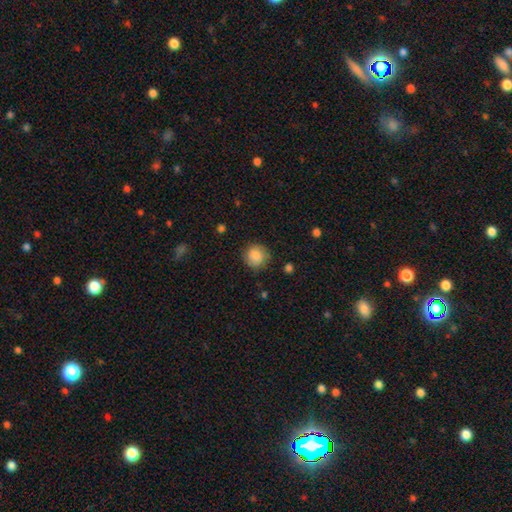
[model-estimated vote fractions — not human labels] Morphology: type=smooth (85%); roundness=round (90%); merging=none (83%).